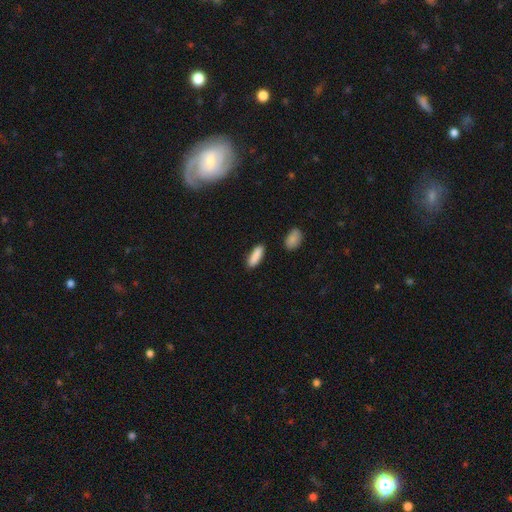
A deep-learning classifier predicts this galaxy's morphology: Smooth or featured: smooth — 89% (star or artifact — 6%)
How rounded: cigar-shaped — 50% (in between — 48%)
Merging: none — 86% (minor disturbance — 9%)